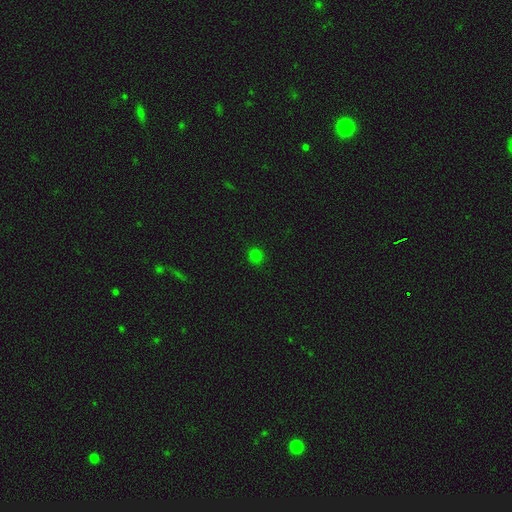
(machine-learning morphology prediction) Q: Smooth or featured?
A: smooth (79%); runner-up: star or artifact (17%)
Q: How rounded?
A: round (86%); runner-up: in between (13%)
Q: Merging?
A: none (90%); runner-up: minor disturbance (7%)